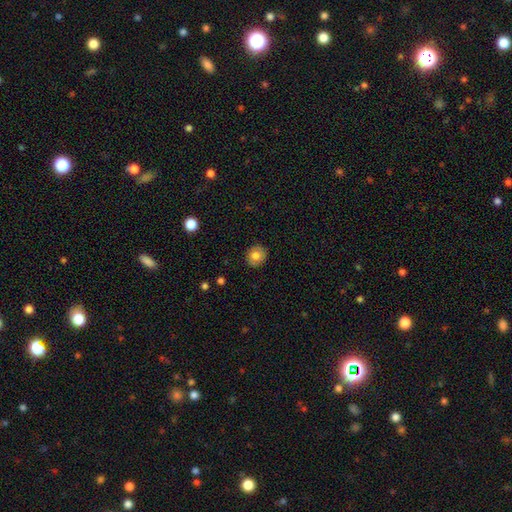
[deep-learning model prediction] The model was most divided on "smooth or featured": smooth: 79%, featured or disk: 11%, star or artifact: 9%. More confident: merging — none (89%); how rounded — round (85%).